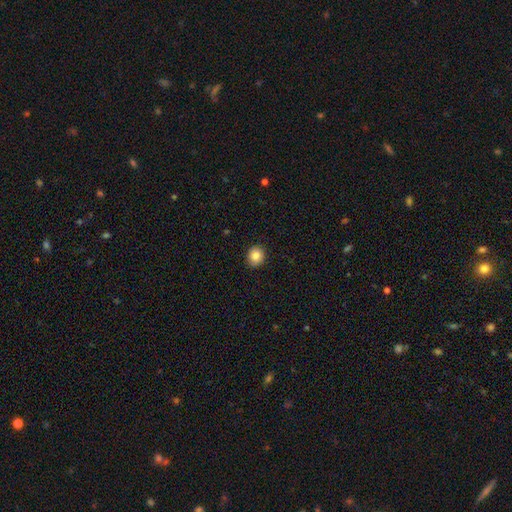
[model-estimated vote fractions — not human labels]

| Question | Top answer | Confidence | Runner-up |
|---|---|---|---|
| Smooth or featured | smooth | 85% | star or artifact (9%) |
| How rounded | round | 78% | in between (21%) |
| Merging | none | 89% | minor disturbance (8%) |